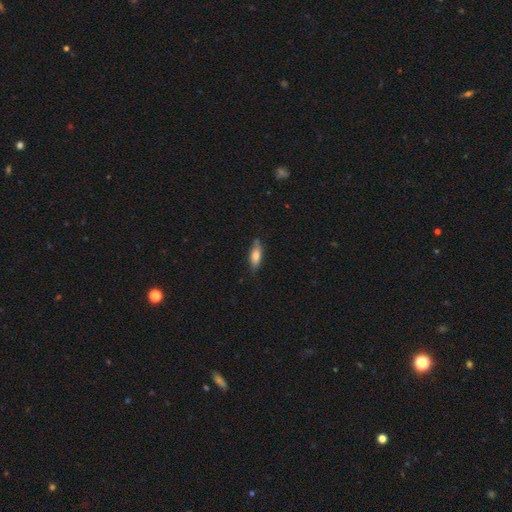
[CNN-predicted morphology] The model was most divided on "how rounded": in between: 57%, cigar-shaped: 41%, round: 2%. More confident: merging — none (75%); smooth or featured — smooth (68%).